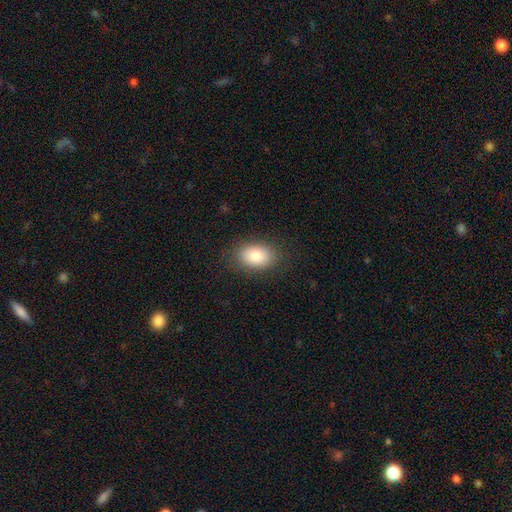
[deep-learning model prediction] This appears to be a smooth galaxy with no disk features (82%) that is in between round and cigar-shaped (82%). Merging: none (85%).